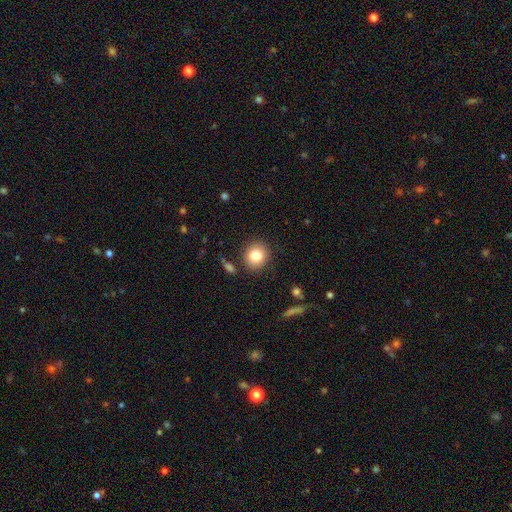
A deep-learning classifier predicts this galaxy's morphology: A smooth galaxy with no disk features (82%) that is round (80%).

Vote fractions:
- Smooth or featured? smooth: 82% / star or artifact: 10% / featured or disk: 8%
- How rounded? round: 80% / in between: 19% / cigar-shaped: 1%
- Merging? none: 86% / minor disturbance: 8% / merger: 3% / major disturbance: 3%